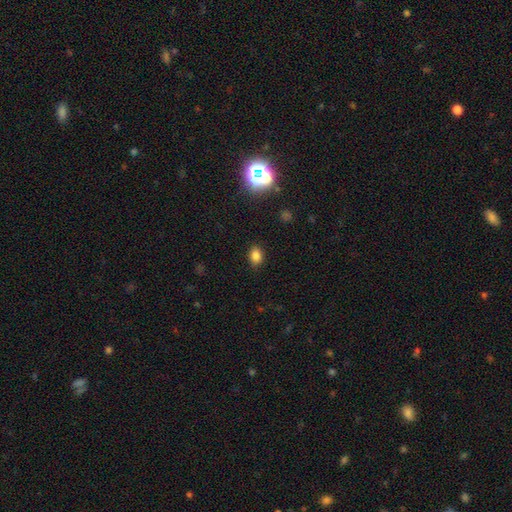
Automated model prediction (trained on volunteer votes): smooth-or-featured: smooth: 82% | star or artifact: 13% | featured or disk: 5%
  how-rounded: in between: 72% | round: 27% | cigar-shaped: 1%
  merging: none: 87% | minor disturbance: 10% | major disturbance: 3% | merger: 1%